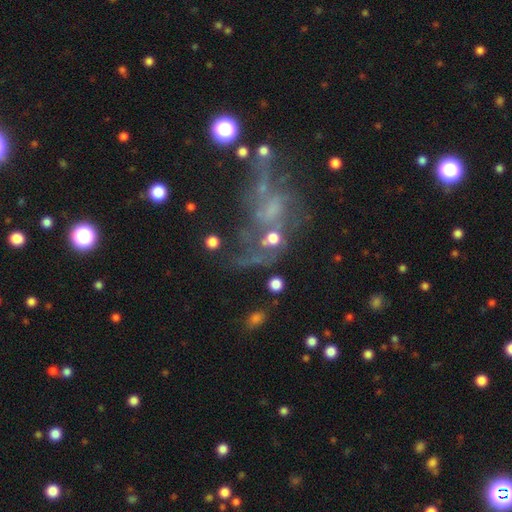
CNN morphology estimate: Smooth or featured? Predicted: featured or disk (p=0.55). Edge-on disk? Predicted: no (p=0.94). Bar? Predicted: no (p=0.73). Spiral arms? Predicted: no (p=0.55). Bulge size? Predicted: none (p=0.48). Merging? Predicted: major disturbance (p=0.37).